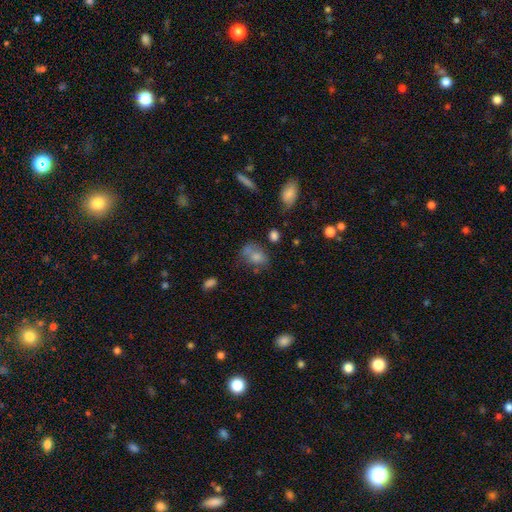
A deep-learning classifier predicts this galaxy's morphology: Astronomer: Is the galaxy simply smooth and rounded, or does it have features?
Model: smooth — 59%.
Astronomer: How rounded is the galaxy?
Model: in between — 64%.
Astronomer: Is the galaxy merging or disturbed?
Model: none — 51%.